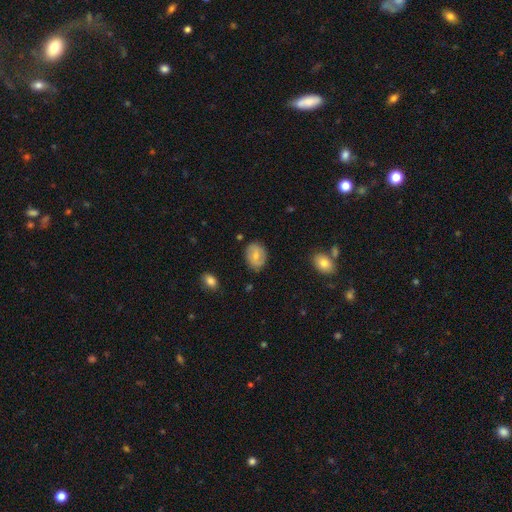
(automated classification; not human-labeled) smooth-or-featured: smooth: 61% | featured or disk: 32% | star or artifact: 7%
  how-rounded: in between: 65% | round: 34% | cigar-shaped: 1%
  merging: none: 81% | minor disturbance: 14% | major disturbance: 3% | merger: 2%